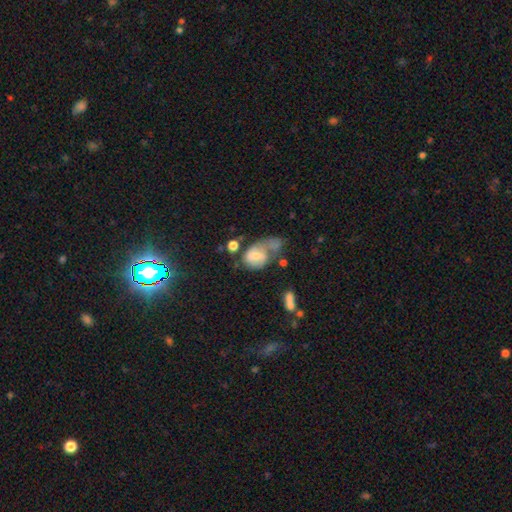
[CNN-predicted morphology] Smooth or featured? smooth (59%)
How rounded? in between (71%)
Merging? major disturbance (39%)